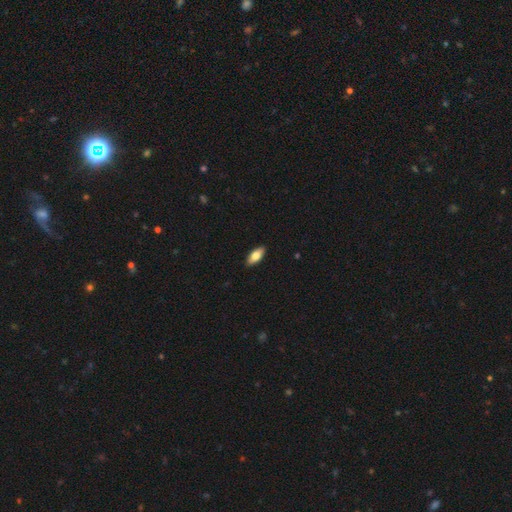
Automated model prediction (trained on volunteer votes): This appears to be a smooth galaxy with no disk features (75%) that is in between round and cigar-shaped (83%). Merging: none (90%).